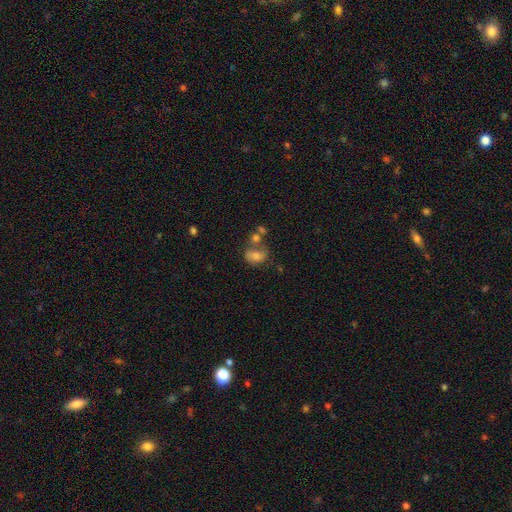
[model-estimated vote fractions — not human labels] smooth_or_featured: smooth (p=0.60) [alt: featured or disk p=0.26]
how_rounded: in between (p=0.66) [alt: round p=0.33]
merging: none (p=0.41) [alt: merger p=0.30]